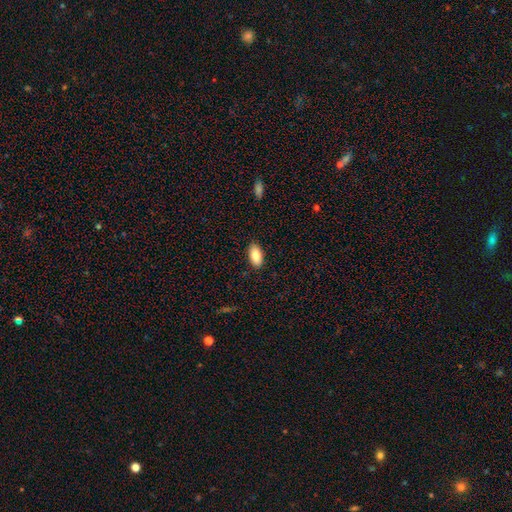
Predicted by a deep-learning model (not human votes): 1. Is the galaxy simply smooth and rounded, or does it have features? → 87% smooth, 7% star or artifact, 6% featured or disk.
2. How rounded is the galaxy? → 93% in between, 4% cigar-shaped, 3% round.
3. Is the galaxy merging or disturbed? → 89% none, 8% minor disturbance, 2% major disturbance, 1% merger.